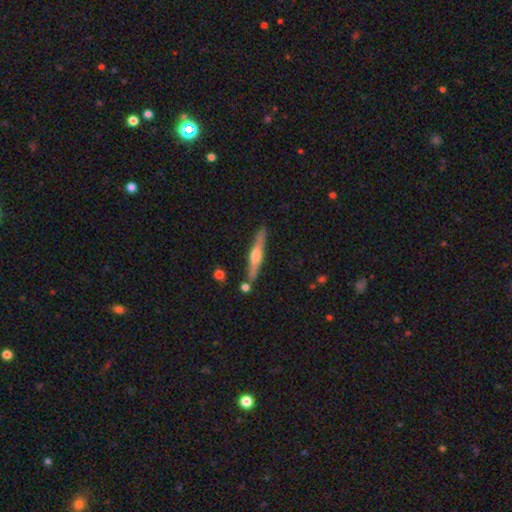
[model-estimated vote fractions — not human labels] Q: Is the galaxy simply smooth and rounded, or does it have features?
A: featured or disk — 66%.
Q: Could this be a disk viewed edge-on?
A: yes — 97%.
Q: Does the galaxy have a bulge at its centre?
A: rounded — 84%.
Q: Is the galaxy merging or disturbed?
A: none — 84%.